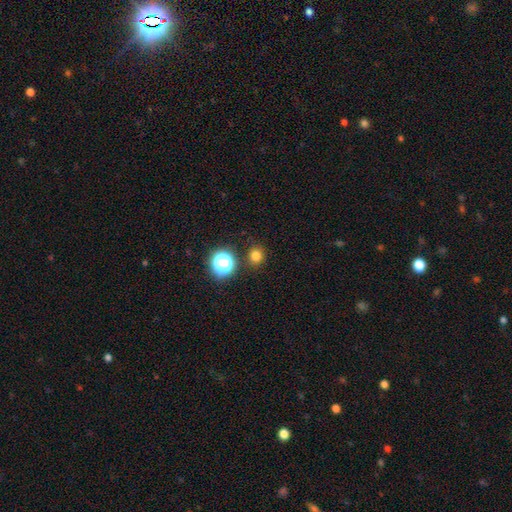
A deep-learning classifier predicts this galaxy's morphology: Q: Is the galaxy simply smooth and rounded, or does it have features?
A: smooth — 77%.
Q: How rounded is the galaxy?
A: round — 85%.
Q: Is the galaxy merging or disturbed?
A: none — 87%.